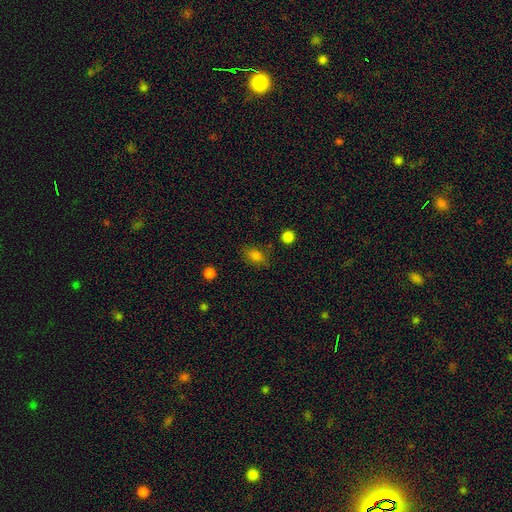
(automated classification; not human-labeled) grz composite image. It shows a smooth galaxy with no disk features (82%) that is in between round and cigar-shaped (77%). Merging: none (75%).